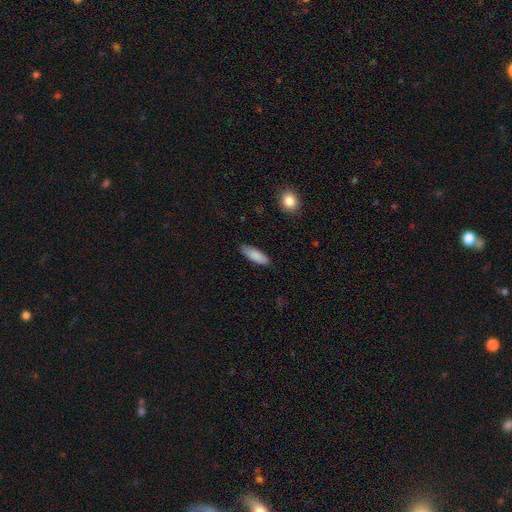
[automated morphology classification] A smooth galaxy with no disk features (87%) that is in between round and cigar-shaped (60%).

Vote fractions:
- Smooth or featured? smooth: 87% / featured or disk: 7% / star or artifact: 6%
- How rounded? in between: 60% / cigar-shaped: 38% / round: 2%
- Merging? none: 85% / minor disturbance: 12% / major disturbance: 2% / merger: 1%